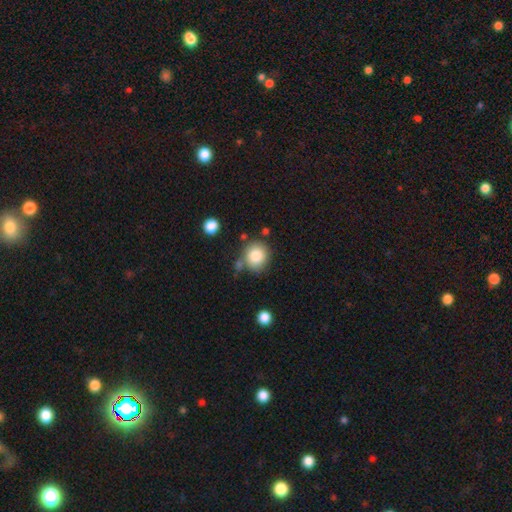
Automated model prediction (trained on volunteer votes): smooth-or-featured: smooth: 83% | star or artifact: 9% | featured or disk: 8%
  how-rounded: round: 86% | in between: 13% | cigar-shaped: 1%
  merging: none: 70% | minor disturbance: 14% | merger: 11% | major disturbance: 4%